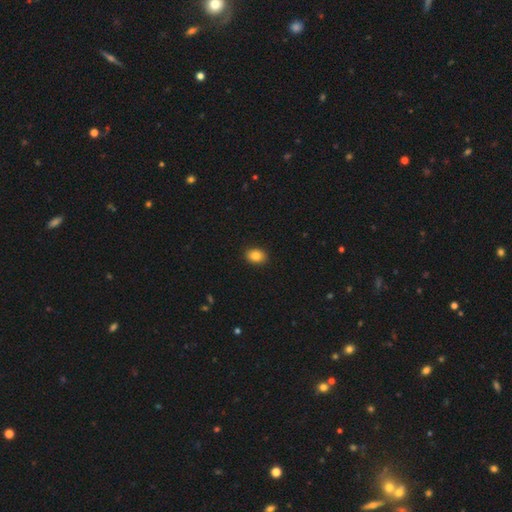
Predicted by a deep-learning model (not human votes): Morphology: type=smooth (84%); roundness=in between (65%); merging=none (91%).